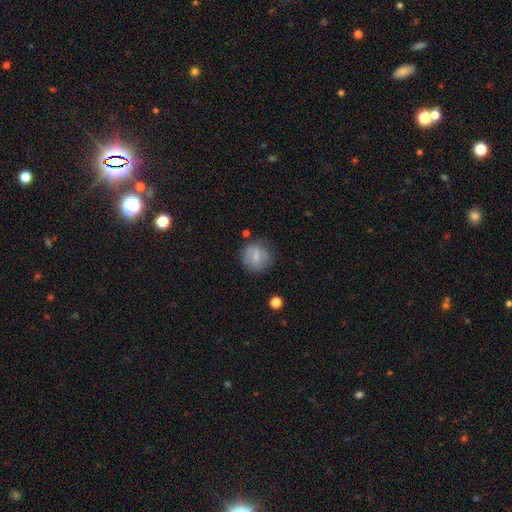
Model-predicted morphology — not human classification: This is likely a smooth galaxy (62%). How rounded: clearly round (83%). Merging: likely none (71%).